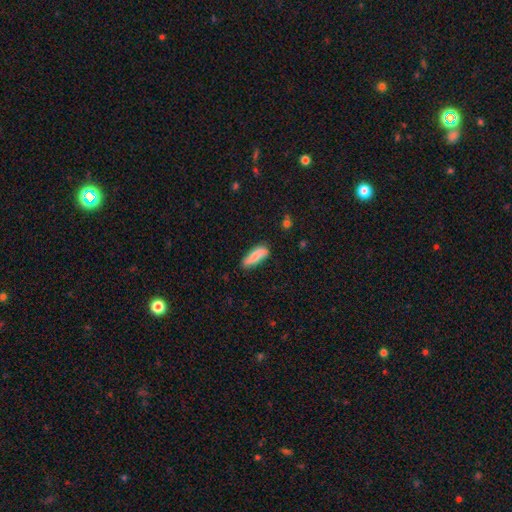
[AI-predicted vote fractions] smooth-or-featured: smooth: 73% | featured or disk: 20% | star or artifact: 7%
  how-rounded: in between: 52% | cigar-shaped: 45% | round: 2%
  merging: none: 73% | minor disturbance: 20% | major disturbance: 4% | merger: 2%